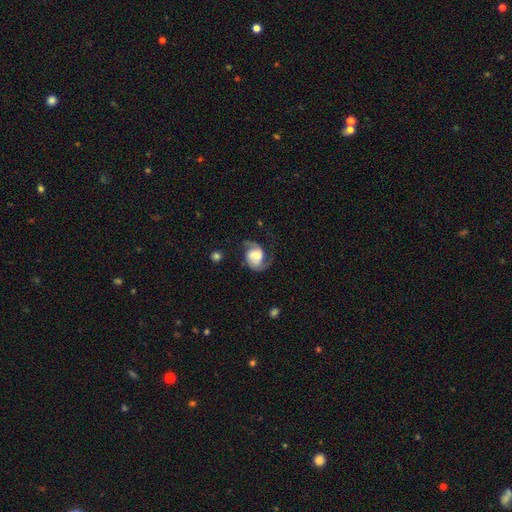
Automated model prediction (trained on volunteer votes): A featured or disk galaxy (72%) with no bar (53%), 2 (79%) medium (44%) spiral arms (93%) and a large central bulge (32%).

Vote fractions:
- Smooth or featured? featured or disk: 72% / smooth: 21% / star or artifact: 7%
- Edge-on disk? no: 98% / yes: 2%
- Bar? no: 53% / weak: 36% / strong: 11%
- Spiral arms? yes: 93% / no: 7%
- Spiral winding? medium: 44% / loose: 34% / tight: 22%
- Spiral arm count? 2: 79% / 1: 13% / can't tell: 5% / 3: 2% / 4: 1% / more than 4: 1%
- Bulge size? large: 32% / moderate: 25% / small: 17% / none: 17% / dominant: 9%
- Merging? none: 51% / major disturbance: 24% / minor disturbance: 23% / merger: 3%